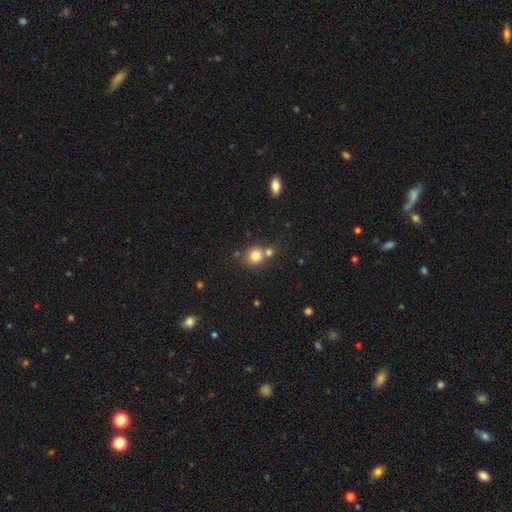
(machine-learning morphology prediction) Q: Smooth or featured?
A: smooth (79%); runner-up: star or artifact (12%)
Q: How rounded?
A: round (84%); runner-up: in between (15%)
Q: Merging?
A: none (59%); runner-up: merger (29%)